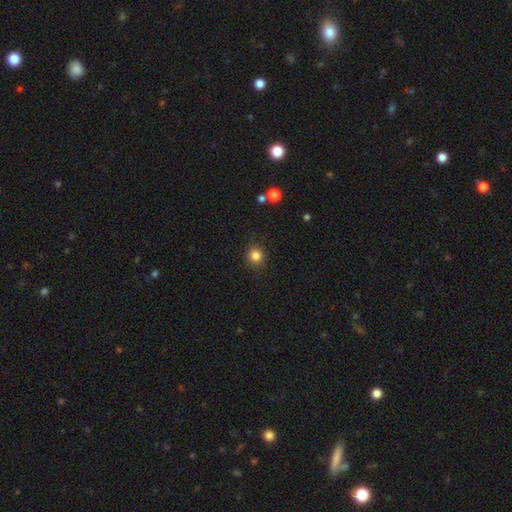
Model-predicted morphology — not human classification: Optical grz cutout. It shows a smooth galaxy with no disk features (84%) that is round (94%). Merging: none (91%).